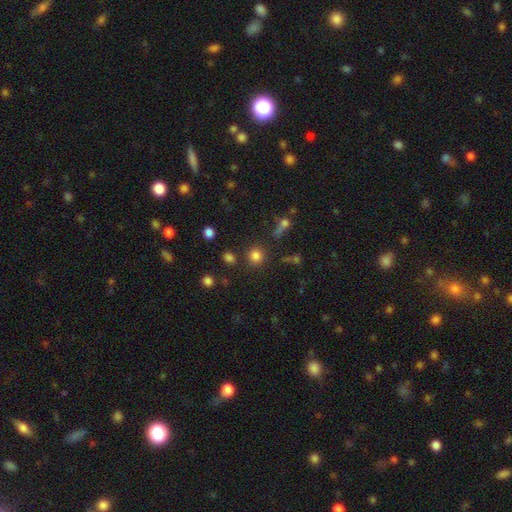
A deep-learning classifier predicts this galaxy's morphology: smooth 80%, star or artifact 14%, featured or disk 6%. Down the decision tree: how rounded — round (89%); merging — none (82%).